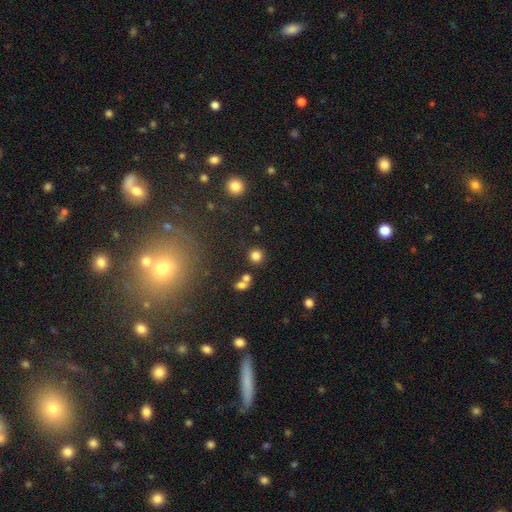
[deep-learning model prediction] The model was most divided on "smooth or featured": smooth: 80%, star or artifact: 14%, featured or disk: 6%. More confident: how rounded — round (91%); merging — none (78%).